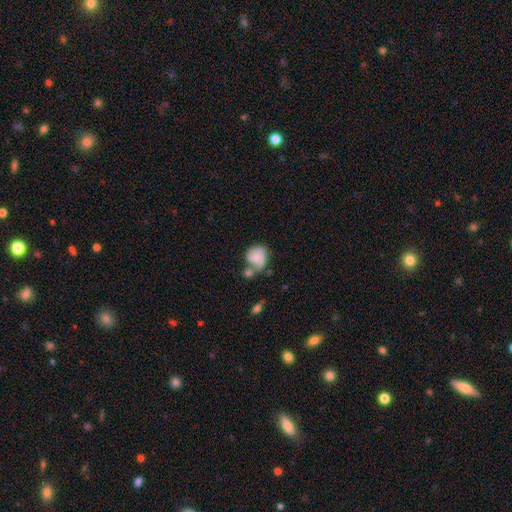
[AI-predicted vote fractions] Smooth or featured: smooth — 53% (featured or disk — 38%)
How rounded: round — 59% (in between — 39%)
Merging: merger — 31% (none — 29%)